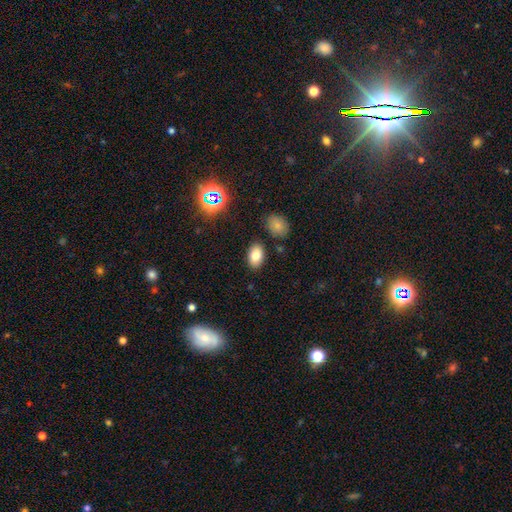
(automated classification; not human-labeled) This is likely a smooth galaxy (78%). How rounded: clearly in between (90%). Merging: clearly none (86%).